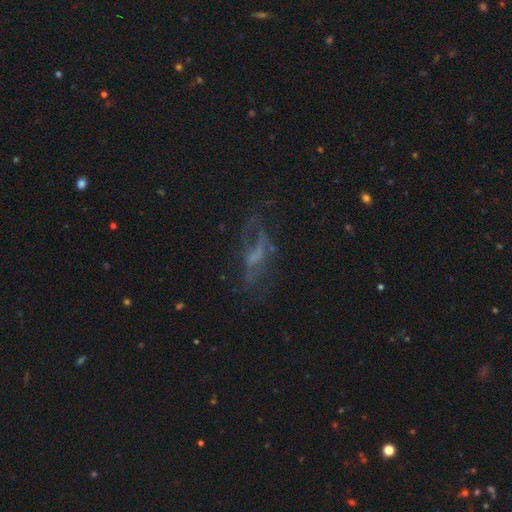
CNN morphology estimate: featured or disk 57%, smooth 24%, star or artifact 19%. Down the decision tree: edge-on disk — no (85%); merging — none (45%).